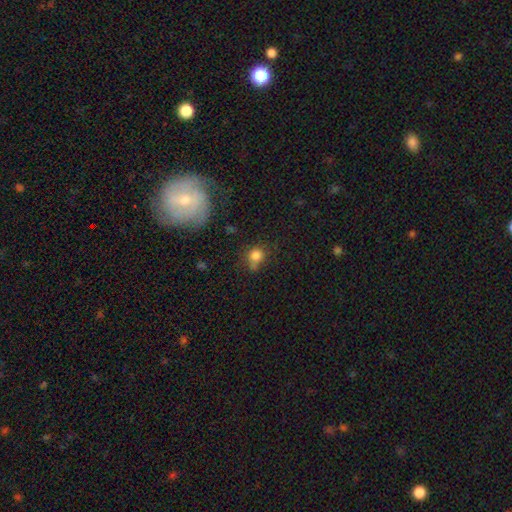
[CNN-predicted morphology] Smooth or featured? smooth (81%)
How rounded? round (80%)
Merging? none (58%)